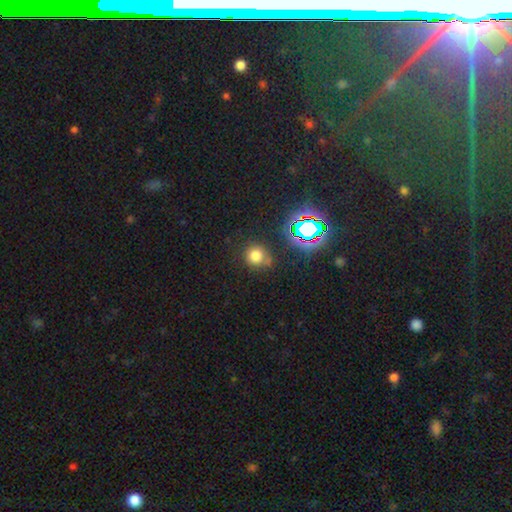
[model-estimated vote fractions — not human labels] Smooth or featured: smooth — 72% (star or artifact — 21%)
How rounded: round — 89% (in between — 10%)
Merging: none — 71% (minor disturbance — 17%)